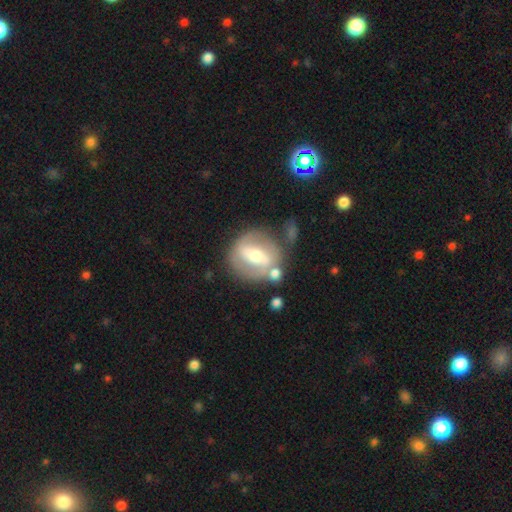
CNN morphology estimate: featured or disk 67%, smooth 26%, star or artifact 7%. Down the decision tree: edge-on disk — no (93%); bar — strong (53%); spiral arms — yes (56%); bulge size — moderate (58%); merging — none (66%).